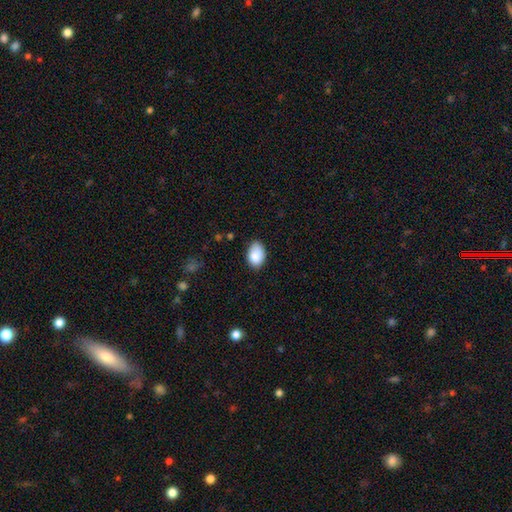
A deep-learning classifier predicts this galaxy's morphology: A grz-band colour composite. It shows a smooth galaxy with no disk features (86%) that is in between round and cigar-shaped (87%). Merging: none (73%).